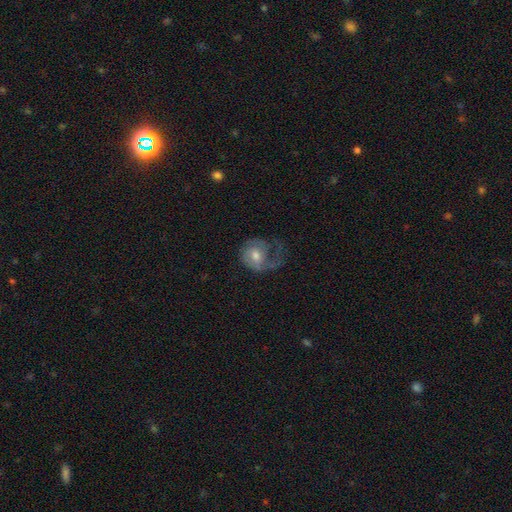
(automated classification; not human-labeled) This is likely a featured or disk galaxy (63%). It is clearly not viewed edge-on (97%). Bar: likely no (66%). Spiral arm pattern: clearly yes (84%). Spiral arm count: possibly 1 (56%). Spiral winding: marginally medium (38%). Central bulge: likely moderate (66%). Merging: marginally major disturbance (43%).